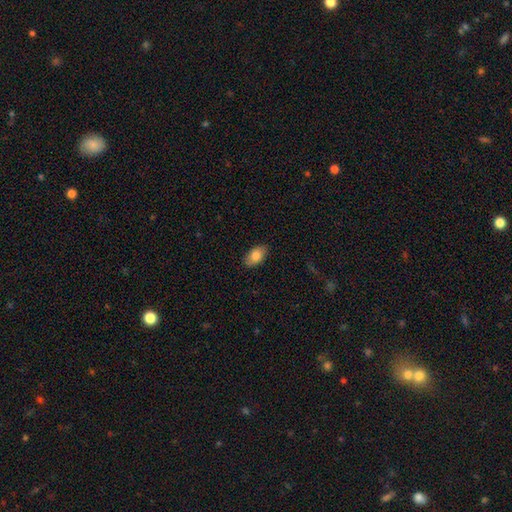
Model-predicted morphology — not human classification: This appears to be a smooth galaxy with no disk features (82%) that is in between round and cigar-shaped (93%). Merging: none (86%).